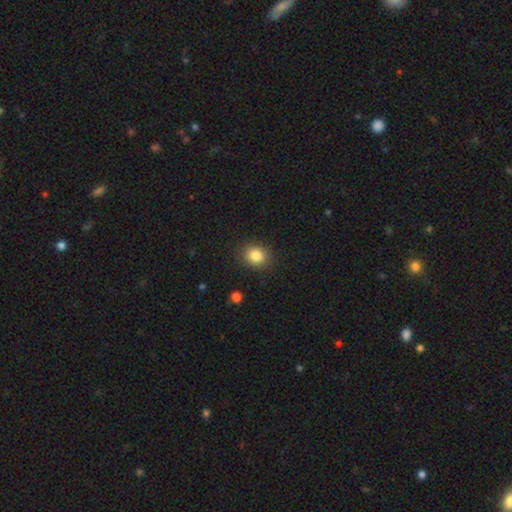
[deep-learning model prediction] Overall: smooth (84%). How rounded: round (68%; in between 32%). Merging: none (89%).